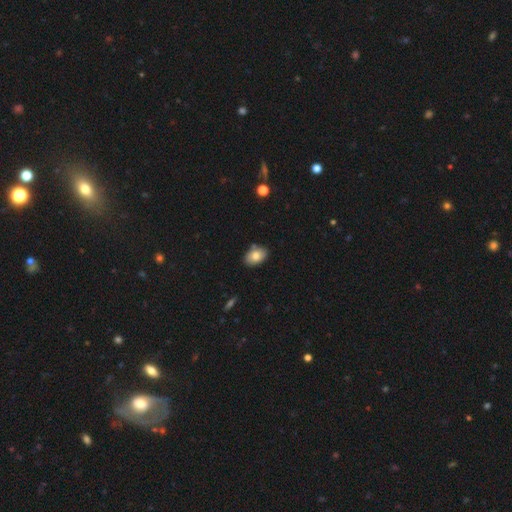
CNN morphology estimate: Q: Smooth or featured?
A: smooth (79%); runner-up: featured or disk (13%)
Q: How rounded?
A: in between (85%); runner-up: round (13%)
Q: Merging?
A: none (82%); runner-up: minor disturbance (12%)